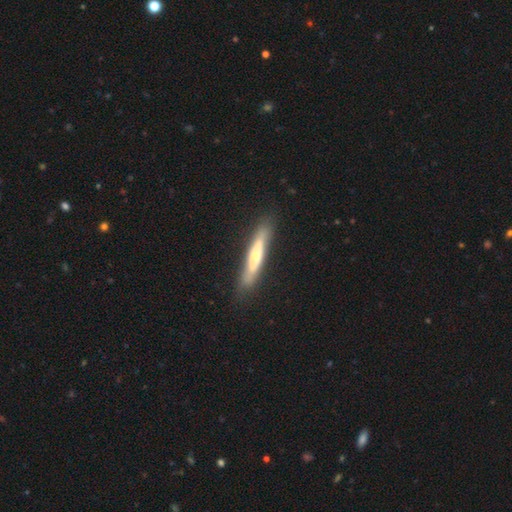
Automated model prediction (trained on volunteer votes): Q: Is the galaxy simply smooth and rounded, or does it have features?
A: featured or disk — 54%.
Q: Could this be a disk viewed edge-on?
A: yes — 76%.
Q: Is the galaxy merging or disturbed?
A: none — 82%.